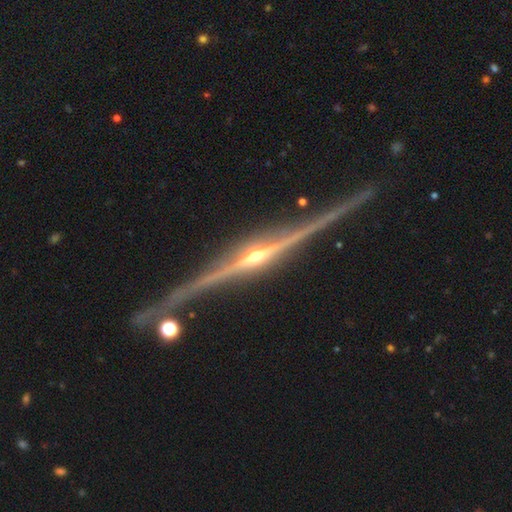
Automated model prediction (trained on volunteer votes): Morphology: type=featured or disk (91%); edge-on=yes (98%); edge-on bulge=rounded (87%); merging=none (82%).